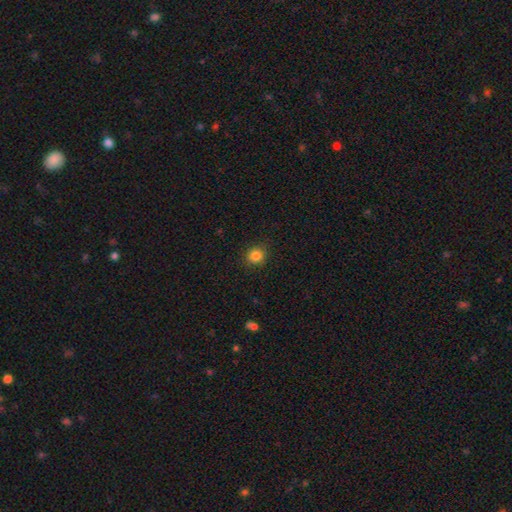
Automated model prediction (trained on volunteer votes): smooth 84%, star or artifact 12%, featured or disk 4%. Down the decision tree: how rounded — round (87%); merging — none (90%).